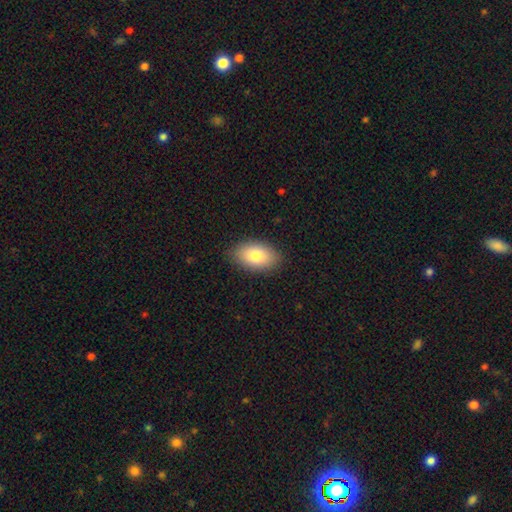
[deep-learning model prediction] Q: Smooth or featured?
A: smooth (81%); runner-up: featured or disk (12%)
Q: How rounded?
A: in between (92%); runner-up: round (7%)
Q: Merging?
A: none (86%); runner-up: minor disturbance (11%)